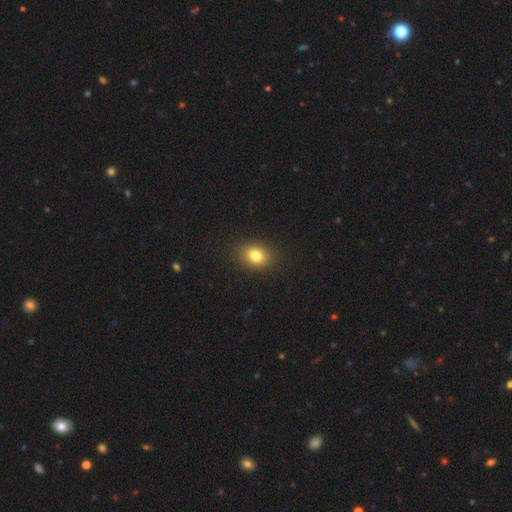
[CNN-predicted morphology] Smooth or featured?
  - smooth: 80% *
  - star or artifact: 12%
  - featured or disk: 9%
How rounded?
  - in between: 63% *
  - round: 36%
  - cigar-shaped: 1%
Merging?
  - none: 88% *
  - minor disturbance: 8%
  - major disturbance: 3%
  - merger: 1%